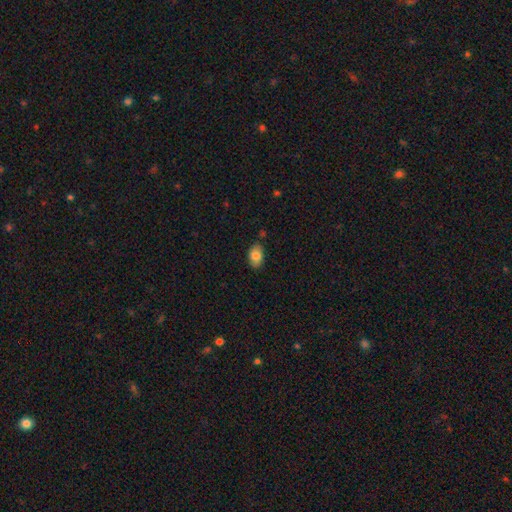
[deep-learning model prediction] The model was most divided on "merging": none: 80%, minor disturbance: 15%, merger: 3%, major disturbance: 3%. More confident: how rounded — in between (88%); smooth or featured — smooth (83%).